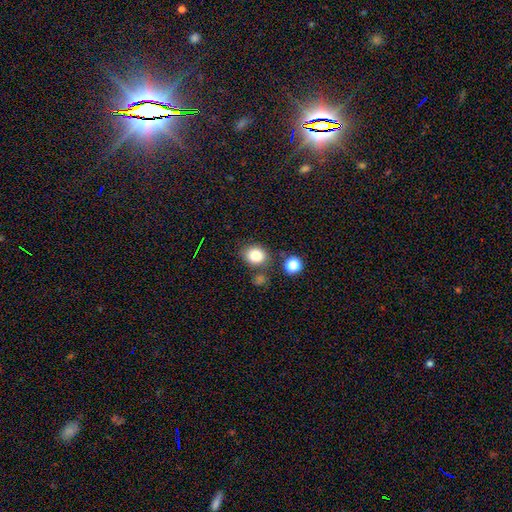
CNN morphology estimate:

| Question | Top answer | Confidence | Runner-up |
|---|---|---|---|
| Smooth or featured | smooth | 82% | star or artifact (11%) |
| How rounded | round | 60% | in between (39%) |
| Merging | none | 76% | minor disturbance (12%) |